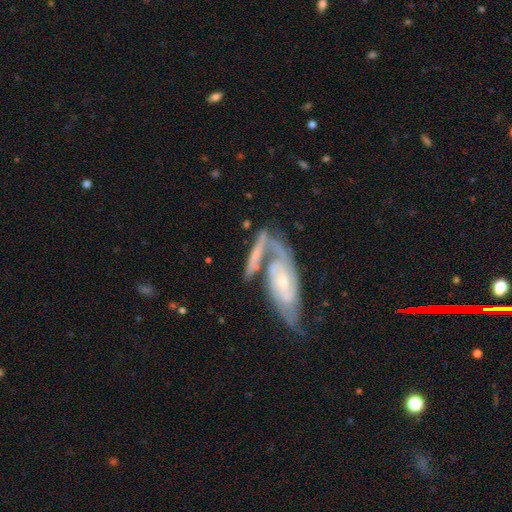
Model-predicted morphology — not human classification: Smooth or featured? featured or disk (74%)
Edge-on disk? no (83%)
Bar? no (56%)
Spiral arms? yes (89%)
Spiral winding? tight (48%)
Spiral arm count? 2 (65%)
Bulge size? small (56%)
Merging? merger (41%)